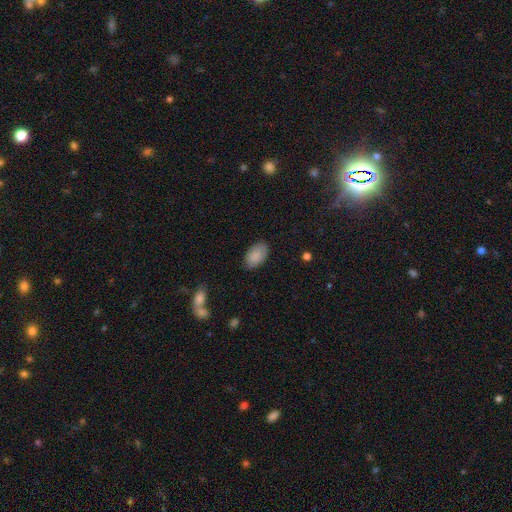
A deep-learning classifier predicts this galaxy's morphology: The model was most divided on "merging": none: 83%, minor disturbance: 13%, major disturbance: 3%, merger: 1%. More confident: how rounded — in between (93%); smooth or featured — smooth (86%).